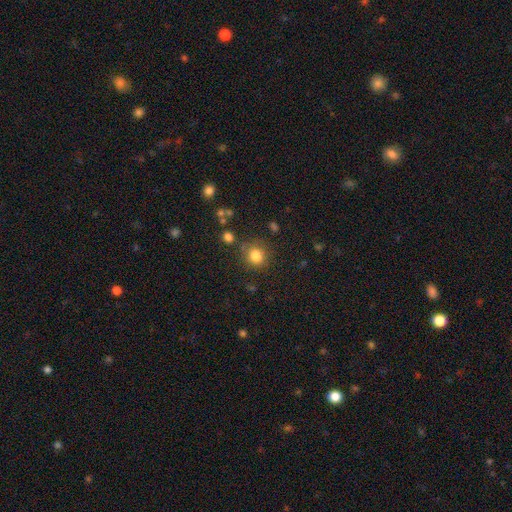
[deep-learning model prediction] smooth-or-featured: smooth: 82% | star or artifact: 12% | featured or disk: 6%
  how-rounded: round: 86% | in between: 13% | cigar-shaped: 1%
  merging: none: 79% | minor disturbance: 12% | major disturbance: 4% | merger: 4%